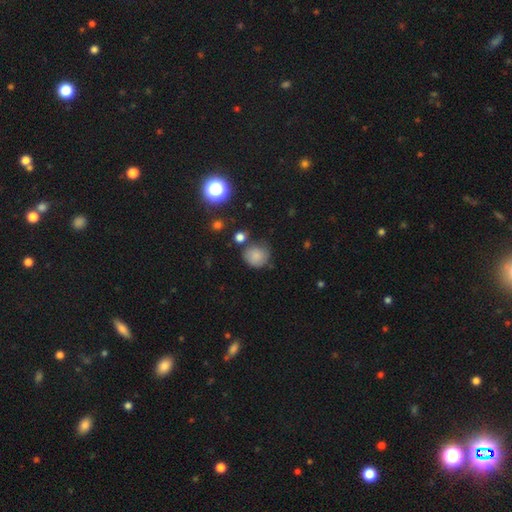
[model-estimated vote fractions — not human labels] Q: Smooth or featured?
A: smooth (81%); runner-up: star or artifact (12%)
Q: How rounded?
A: round (84%); runner-up: in between (15%)
Q: Merging?
A: none (67%); runner-up: minor disturbance (21%)